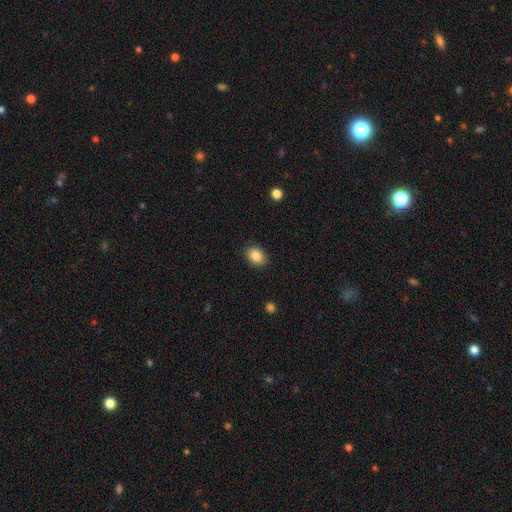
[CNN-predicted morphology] A smooth galaxy with no disk features (86%) that is in between round and cigar-shaped (69%). Merging: none (88%).